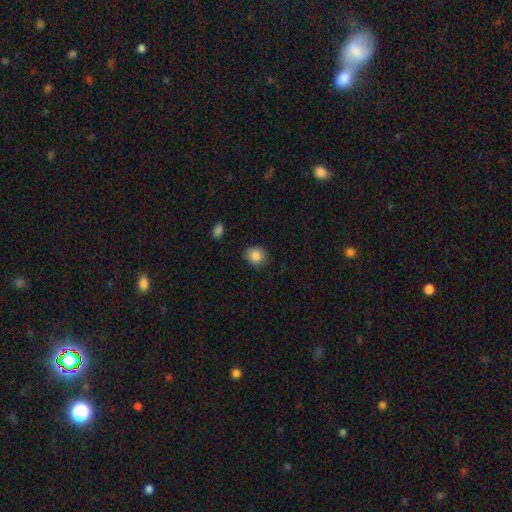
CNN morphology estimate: Q: Smooth or featured?
A: smooth (87%); runner-up: star or artifact (9%)
Q: How rounded?
A: round (75%); runner-up: in between (24%)
Q: Merging?
A: none (82%); runner-up: minor disturbance (14%)